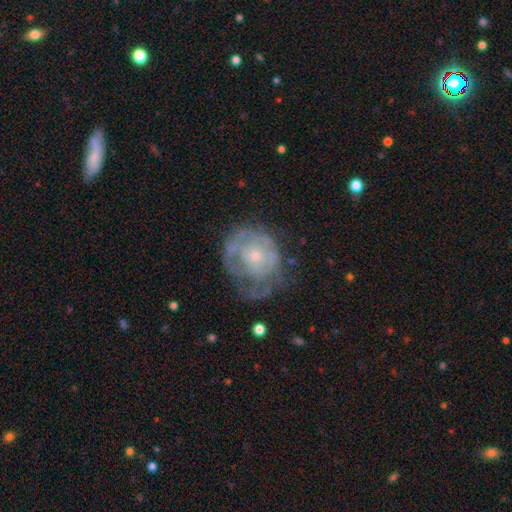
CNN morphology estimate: Smooth or featured? featured or disk (65%)
Edge-on disk? no (97%)
Bar? no (85%)
Spiral arms? yes (51%)
Bulge size? small (58%)
Merging? none (47%)